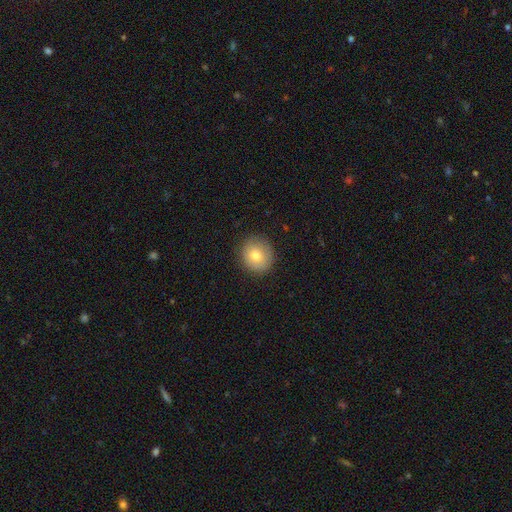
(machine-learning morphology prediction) Smooth or featured? Predicted: smooth (p=0.77). How rounded? Predicted: round (p=0.85). Merging? Predicted: none (p=0.87).